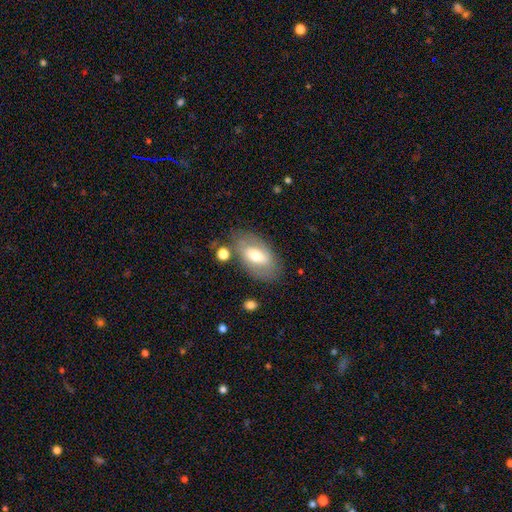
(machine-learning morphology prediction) A smooth galaxy with no disk features (52%) that is in between round and cigar-shaped (91%). Merging: none (73%).